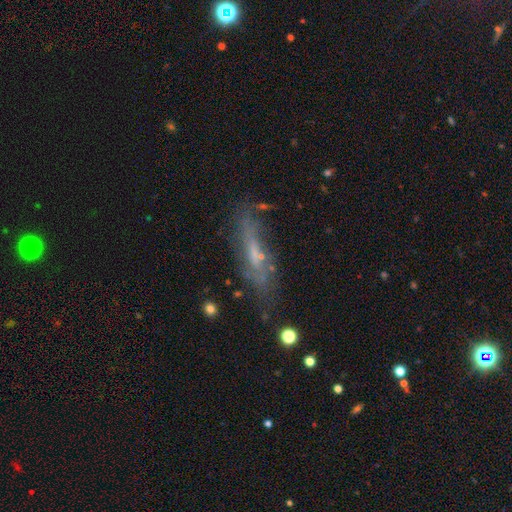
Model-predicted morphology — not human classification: featured or disk 56%, smooth 29%, star or artifact 15%. Down the decision tree: edge-on disk — no (52%); merging — none (65%).